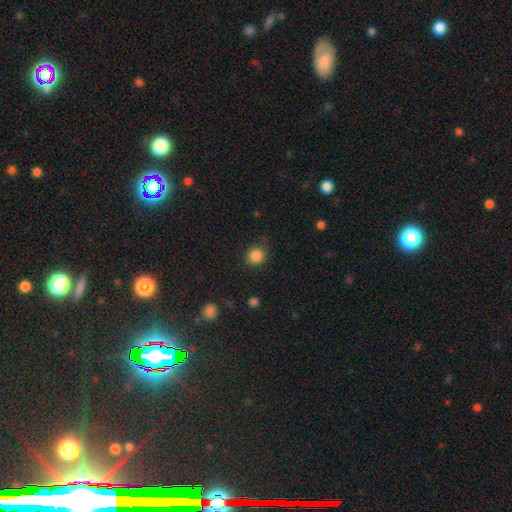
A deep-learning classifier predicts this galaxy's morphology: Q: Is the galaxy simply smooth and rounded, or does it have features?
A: smooth — 85%.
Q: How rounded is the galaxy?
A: round — 86%.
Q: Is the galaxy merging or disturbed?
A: none — 80%.